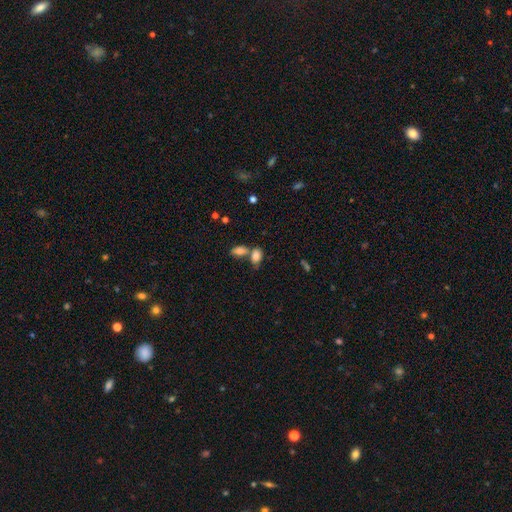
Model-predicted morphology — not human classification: smooth 83%, star or artifact 9%, featured or disk 8%. Down the decision tree: how rounded — in between (88%); merging — merger (47%).